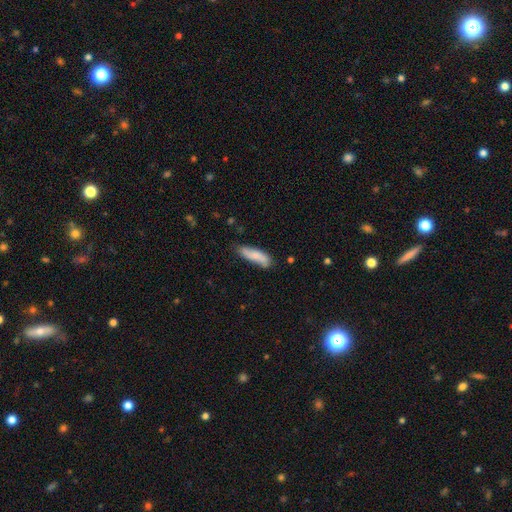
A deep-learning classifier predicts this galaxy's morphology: Smooth or featured? Predicted: smooth (p=0.72). How rounded? Predicted: cigar-shaped (p=0.56). Merging? Predicted: none (p=0.67).